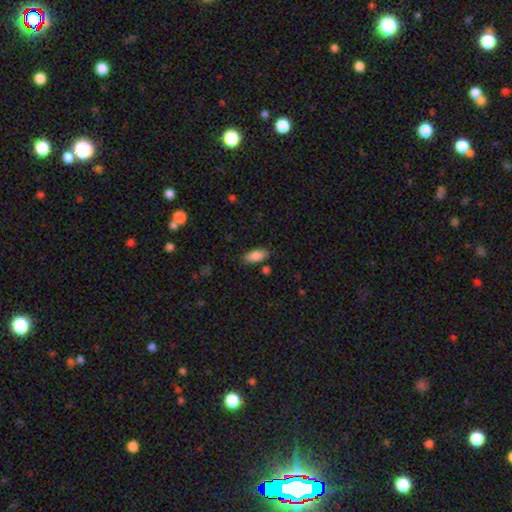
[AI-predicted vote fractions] A smooth galaxy with no disk features (86%) that is in between round and cigar-shaped (89%). Merging: none (81%).